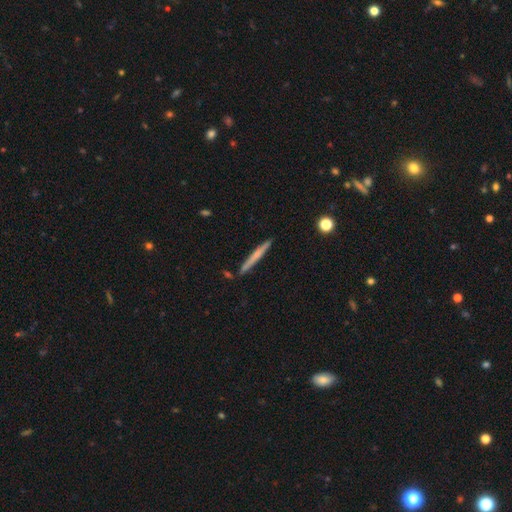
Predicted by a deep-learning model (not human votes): Morphology: type=smooth (50%); roundness=cigar-shaped (96%); merging=none (87%).